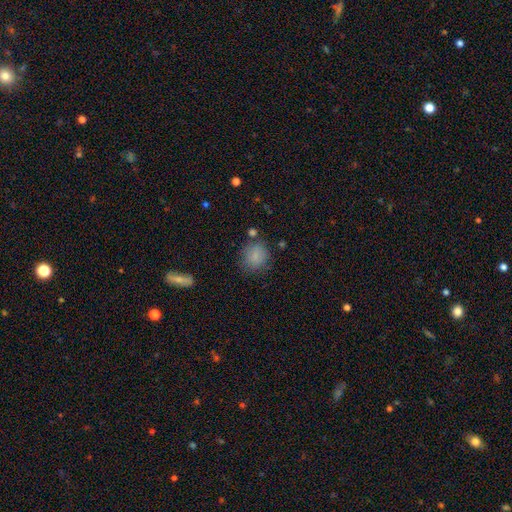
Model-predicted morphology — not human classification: Smooth or featured: smooth — 83% (star or artifact — 10%)
How rounded: round — 77% (in between — 22%)
Merging: none — 74% (minor disturbance — 16%)